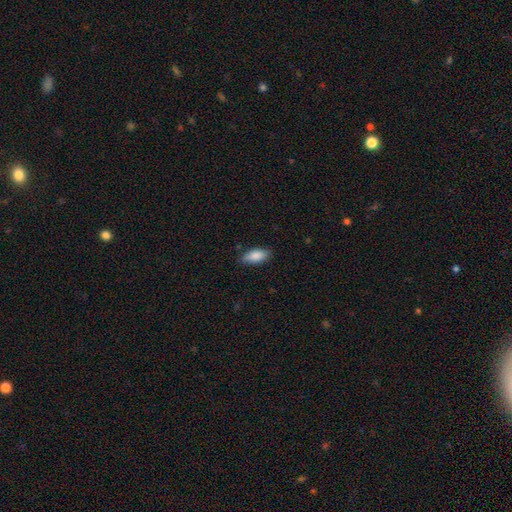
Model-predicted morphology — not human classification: Smooth or featured? Predicted: smooth (p=0.86). How rounded? Predicted: in between (p=0.85). Merging? Predicted: none (p=0.81).